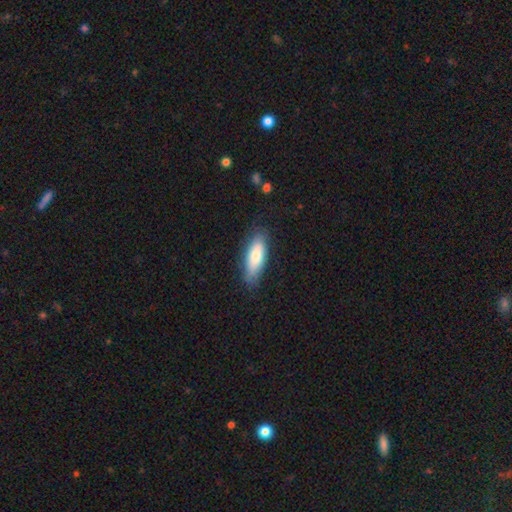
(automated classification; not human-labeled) Smooth or featured?
  - smooth: 77% *
  - featured or disk: 17%
  - star or artifact: 6%
How rounded?
  - in between: 67% *
  - cigar-shaped: 31%
  - round: 2%
Merging?
  - none: 78% *
  - minor disturbance: 17%
  - major disturbance: 4%
  - merger: 1%